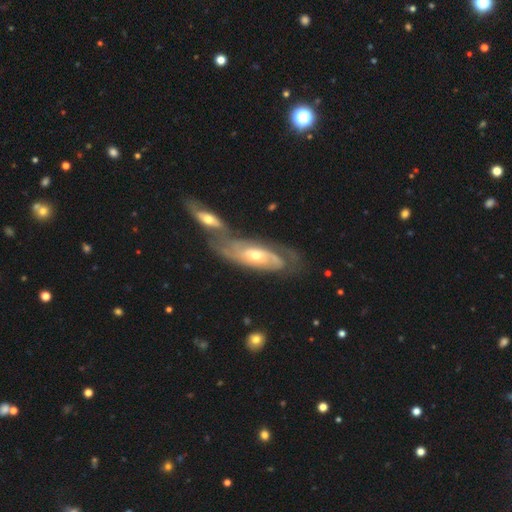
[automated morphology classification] smooth_or_featured: featured or disk (p=0.79) [alt: smooth p=0.16]
disk_edge_on: no (p=0.88) [alt: yes p=0.12]
bar: no (p=0.68) [alt: weak p=0.25]
has_spiral_arms: yes (p=0.88) [alt: no p=0.12]
spiral_winding: tight (p=0.58) [alt: medium p=0.30]
spiral_arm_count: 2 (p=0.44) [alt: can't tell p=0.38]
bulge_size: moderate (p=0.63) [alt: small p=0.31]
merging: merger (p=0.39) [alt: none p=0.36]